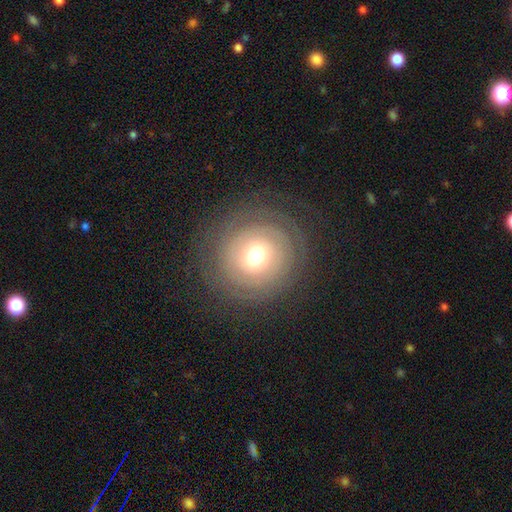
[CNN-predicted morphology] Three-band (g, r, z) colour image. It shows a featured or disk galaxy (61%) with no bar (76%), spiral arms (78%) and a moderate central bulge (62%). Merging: none (82%).